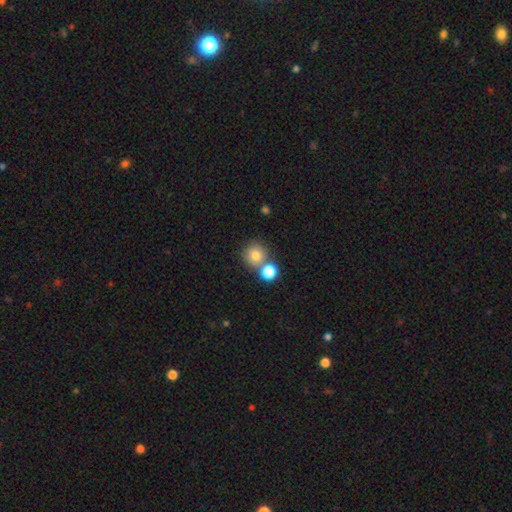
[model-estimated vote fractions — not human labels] This is likely a smooth galaxy (77%). How rounded: clearly round (89%). Merging: likely none (60%).